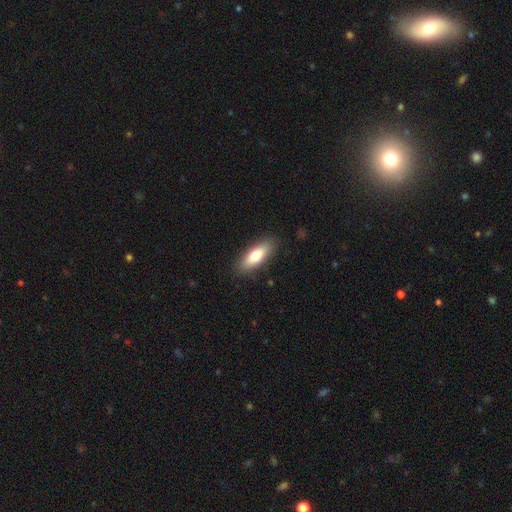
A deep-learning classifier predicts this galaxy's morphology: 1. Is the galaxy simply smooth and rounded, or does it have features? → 73% smooth, 20% featured or disk, 6% star or artifact.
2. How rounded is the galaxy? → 62% in between, 36% cigar-shaped, 2% round.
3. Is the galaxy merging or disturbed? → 87% none, 9% minor disturbance, 2% major disturbance, 1% merger.